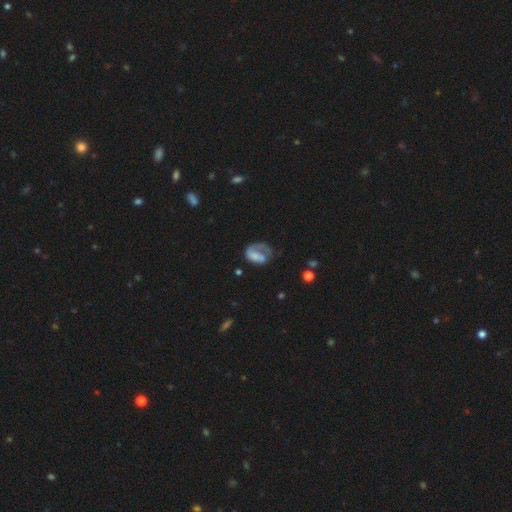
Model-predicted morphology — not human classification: Smooth or featured?
  - featured or disk: 56% *
  - smooth: 36%
  - star or artifact: 8%
Edge-on disk?
  - no: 98% *
  - yes: 2%
Bar?
  - no: 64% *
  - weak: 26%
  - strong: 10%
Spiral arms?
  - yes: 71% *
  - no: 29%
Bulge size?
  - none: 53% *
  - small: 21%
  - moderate: 15%
  - large: 9%
  - dominant: 3%
Merging?
  - major disturbance: 45% *
  - none: 31%
  - minor disturbance: 19%
  - merger: 5%